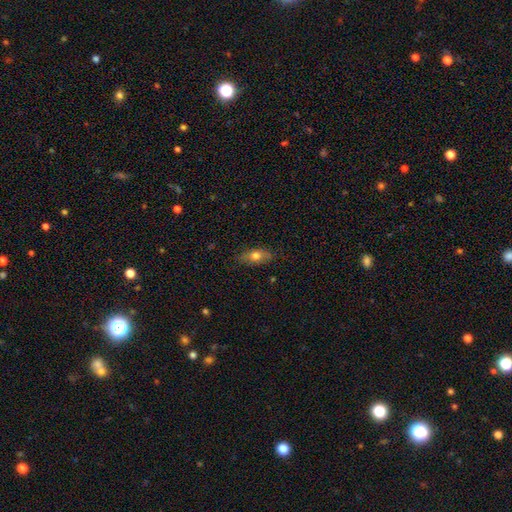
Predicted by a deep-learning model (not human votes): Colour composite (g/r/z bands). It shows a smooth galaxy with no disk features (70%) that is in between round and cigar-shaped (77%). Merging: none (80%).